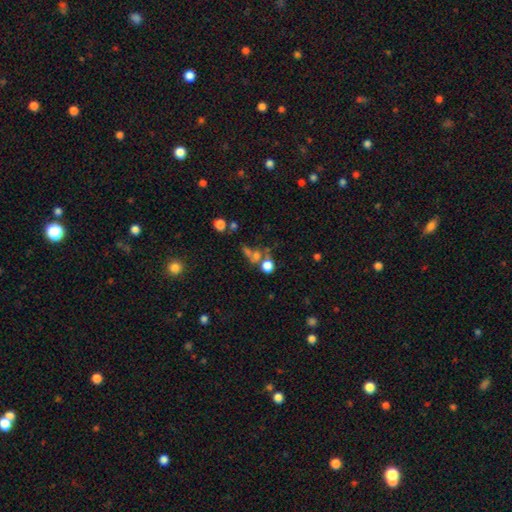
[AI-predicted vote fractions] This is possibly a smooth galaxy (51%). How rounded: likely round (62%). Merging: marginally none (40%).